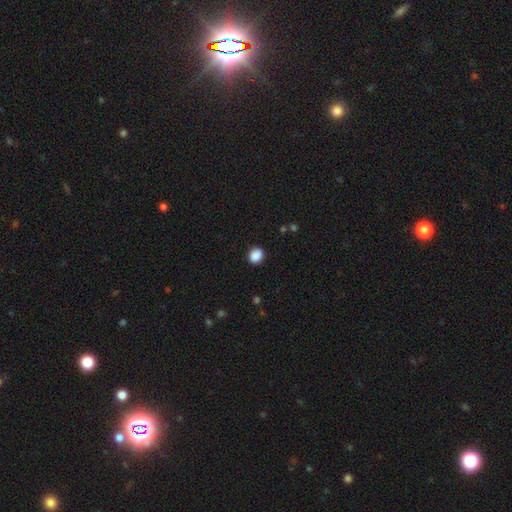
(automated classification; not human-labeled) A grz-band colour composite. It shows a smooth galaxy with no disk features (88%) that is round (76%). Merging: none (88%).